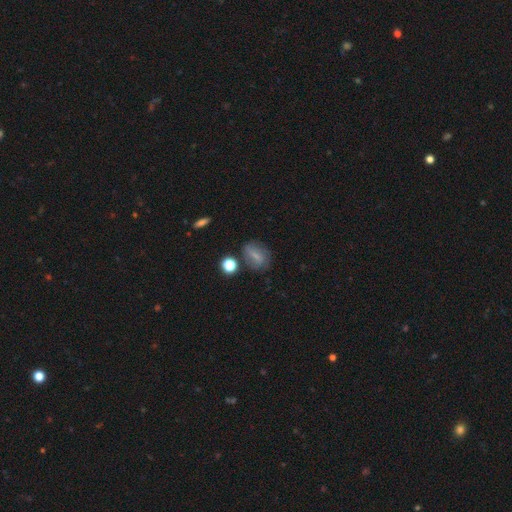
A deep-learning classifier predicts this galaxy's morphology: This appears to be a smooth galaxy with no disk features (58%) that is in between round and cigar-shaped (62%). Merging: none (67%).